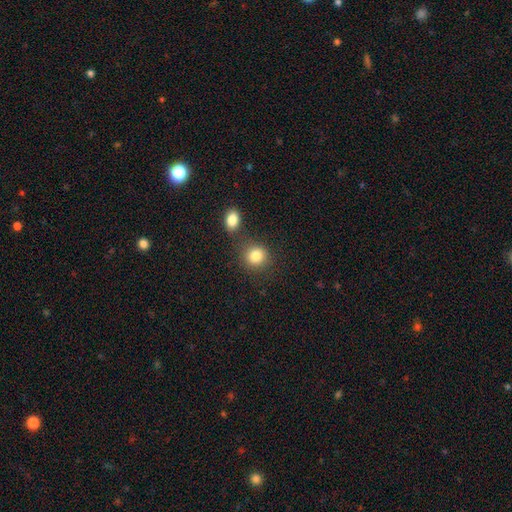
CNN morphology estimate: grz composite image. It shows a smooth galaxy with no disk features (83%) that is round (83%). Merging: none (72%).